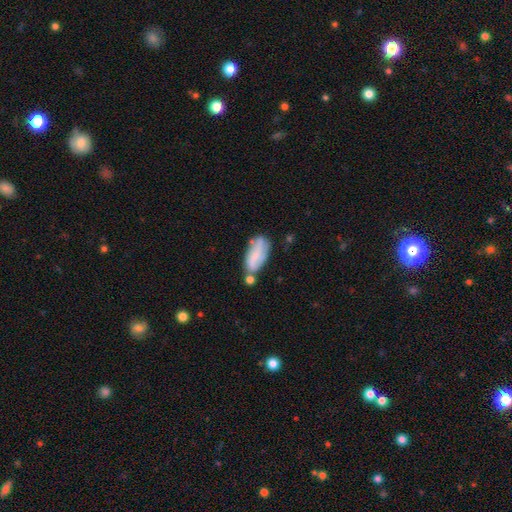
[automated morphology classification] type=smooth (51%); roundness=in between (81%); merging=none (46%).